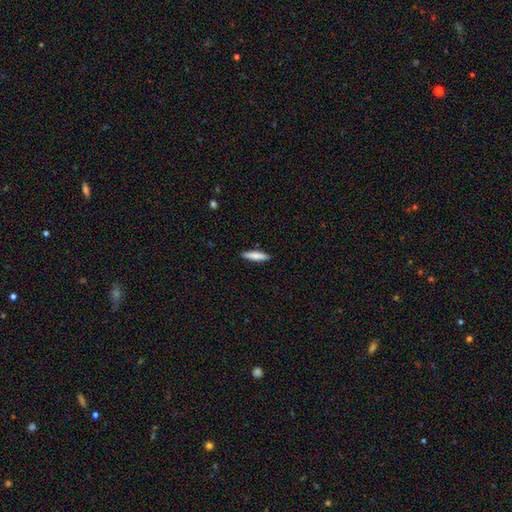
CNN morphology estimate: Smooth or featured? smooth (82%)
How rounded? cigar-shaped (75%)
Merging? none (90%)